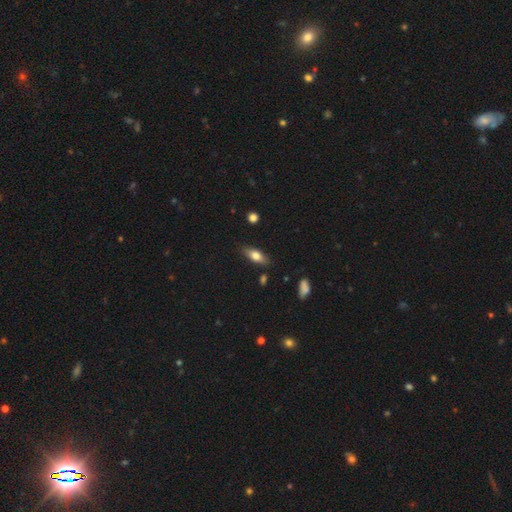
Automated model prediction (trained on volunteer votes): A smooth galaxy with no disk features (72%) that is in between round and cigar-shaped (76%). Merging: none (82%).